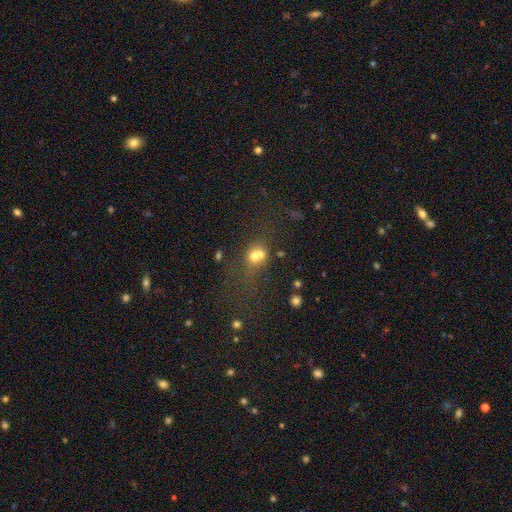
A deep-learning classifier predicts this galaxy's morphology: A smooth galaxy with no disk features (61%) that is round (68%).

Vote fractions:
- Smooth or featured? smooth: 61% / featured or disk: 20% / star or artifact: 19%
- How rounded? round: 68% / in between: 30% / cigar-shaped: 2%
- Merging? merger: 55% / none: 29% / minor disturbance: 8% / major disturbance: 7%